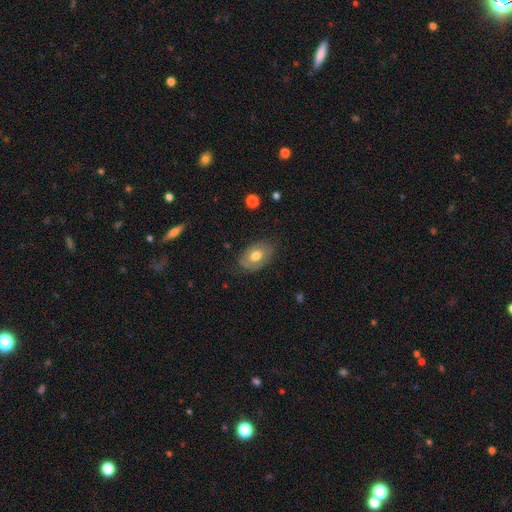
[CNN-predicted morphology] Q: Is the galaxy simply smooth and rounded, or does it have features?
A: smooth — 57%.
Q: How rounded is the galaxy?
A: in between — 86%.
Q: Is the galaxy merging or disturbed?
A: none — 76%.